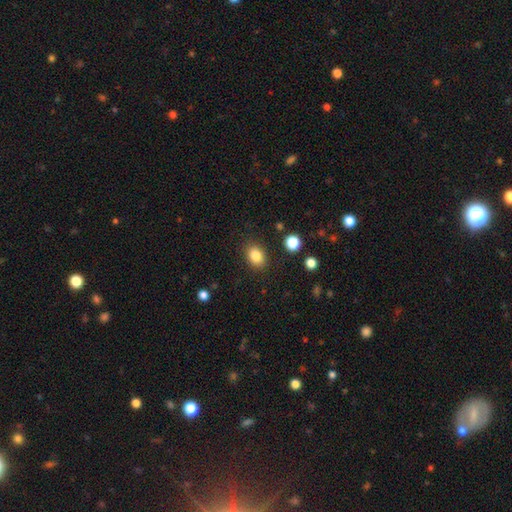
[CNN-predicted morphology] Smooth or featured: smooth — 84% (star or artifact — 10%)
How rounded: in between — 64% (round — 35%)
Merging: none — 87% (minor disturbance — 9%)